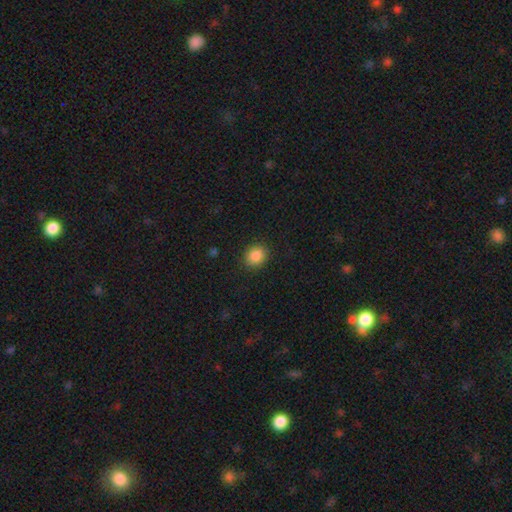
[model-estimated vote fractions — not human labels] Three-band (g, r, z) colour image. It shows a smooth galaxy with no disk features (87%) that is round (67%). Merging: none (89%).